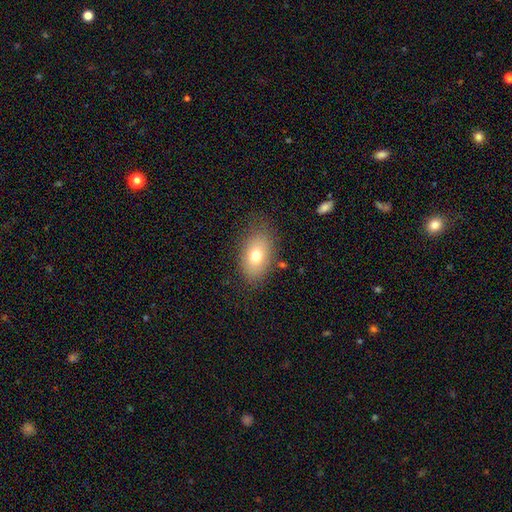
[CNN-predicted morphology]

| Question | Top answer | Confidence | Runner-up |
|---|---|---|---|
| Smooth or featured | smooth | 73% | featured or disk (18%) |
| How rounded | in between | 86% | round (12%) |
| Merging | none | 75% | minor disturbance (16%) |